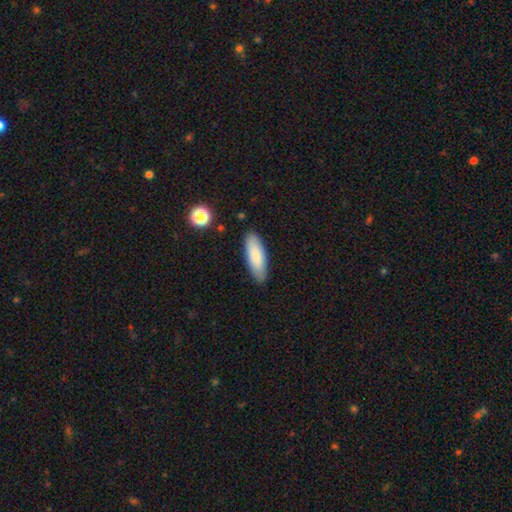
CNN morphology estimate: A smooth galaxy with no disk features (81%) that is in between round and cigar-shaped (62%).

Vote fractions:
- Smooth or featured? smooth: 81% / featured or disk: 13% / star or artifact: 6%
- How rounded? in between: 62% / cigar-shaped: 37% / round: 2%
- Merging? none: 86% / minor disturbance: 11% / major disturbance: 2% / merger: 2%